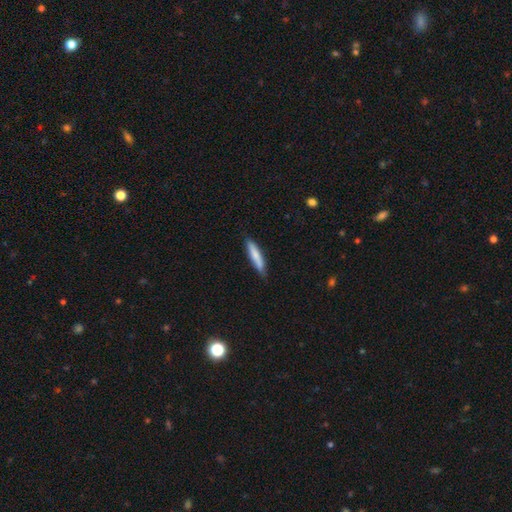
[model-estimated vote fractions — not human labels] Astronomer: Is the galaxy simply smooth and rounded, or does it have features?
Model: smooth — 77%.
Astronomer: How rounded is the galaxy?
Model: cigar-shaped — 88%.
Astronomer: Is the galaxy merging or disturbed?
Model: none — 82%.